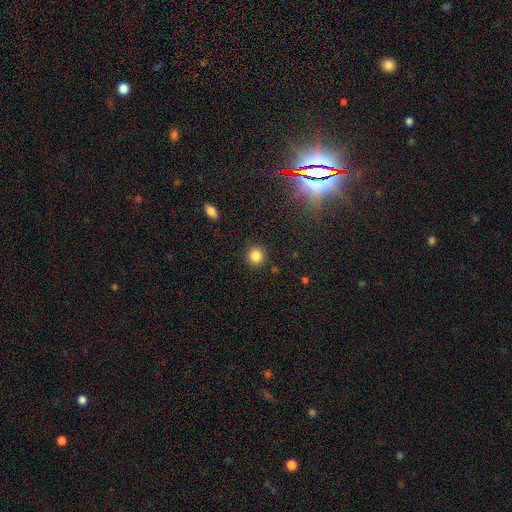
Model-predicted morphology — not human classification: This appears to be a smooth galaxy with no disk features (85%) that is round (89%). Merging: none (90%).